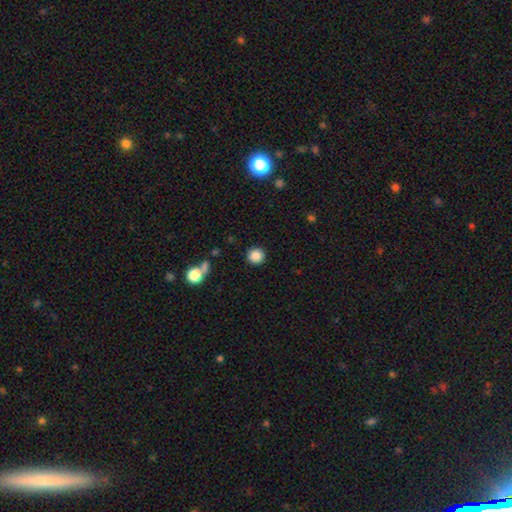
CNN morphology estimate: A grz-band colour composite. It shows a smooth galaxy with no disk features (87%) that is round (95%). Merging: none (90%).